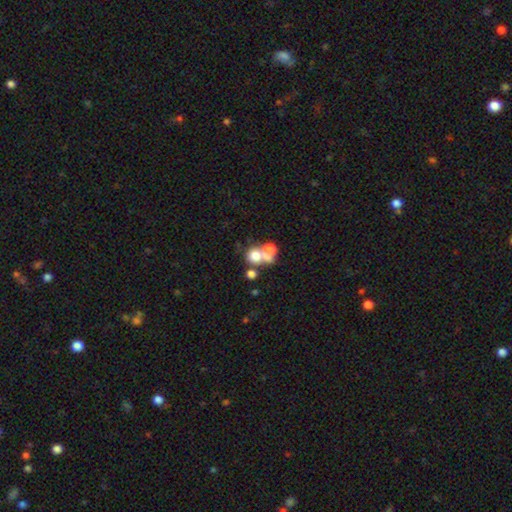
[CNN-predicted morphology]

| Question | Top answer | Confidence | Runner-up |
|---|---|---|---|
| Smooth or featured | smooth | 65% | featured or disk (22%) |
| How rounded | round | 76% | in between (23%) |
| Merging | merger | 58% | none (29%) |